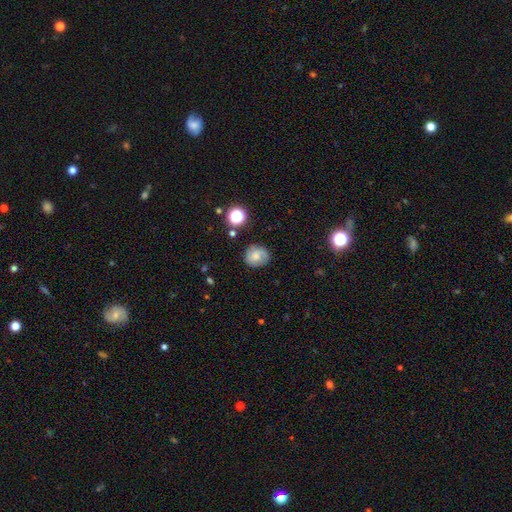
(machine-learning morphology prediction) A smooth galaxy with no disk features (65%) that is round (81%). Merging: none (76%).